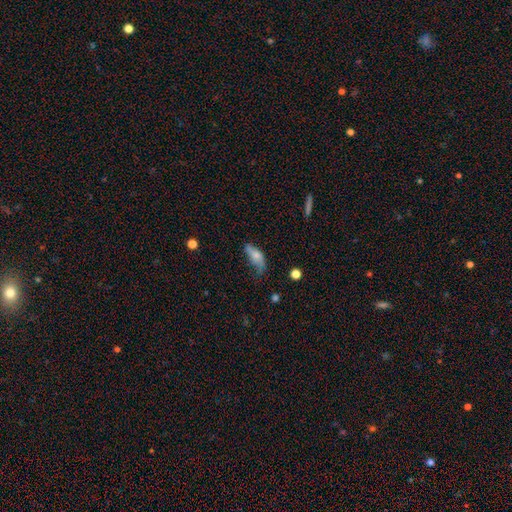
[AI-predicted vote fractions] Morphology: type=smooth (64%); roundness=in between (78%); merging=minor disturbance (38%).